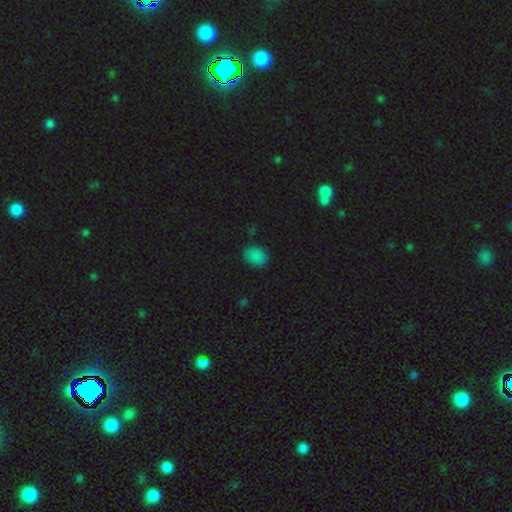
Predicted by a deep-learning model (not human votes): The model was most divided on "how rounded": in between: 67%, round: 32%, cigar-shaped: 1%. More confident: merging — none (84%); smooth or featured — smooth (81%).